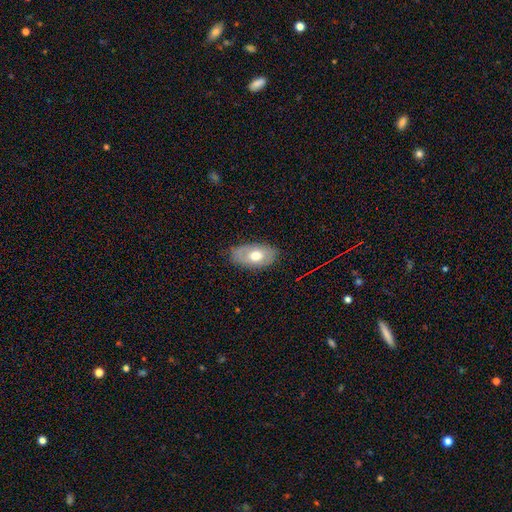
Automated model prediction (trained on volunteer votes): Smooth or featured?
  - smooth: 55% *
  - featured or disk: 38%
  - star or artifact: 7%
How rounded?
  - in between: 91% *
  - round: 6%
  - cigar-shaped: 2%
Merging?
  - none: 76% *
  - minor disturbance: 18%
  - major disturbance: 5%
  - merger: 1%